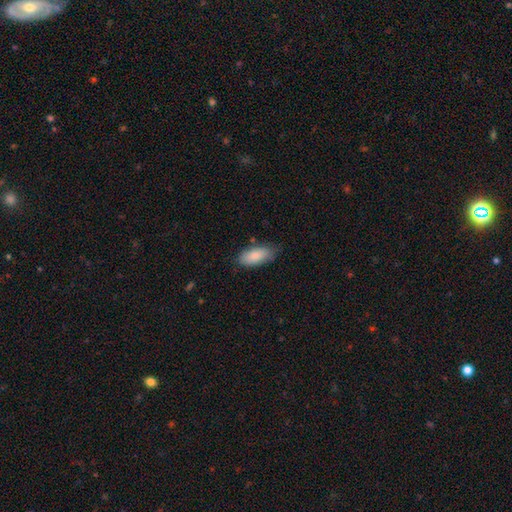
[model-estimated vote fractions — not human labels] This is clearly a smooth galaxy (86%). How rounded: clearly in between (89%). Merging: likely none (73%).